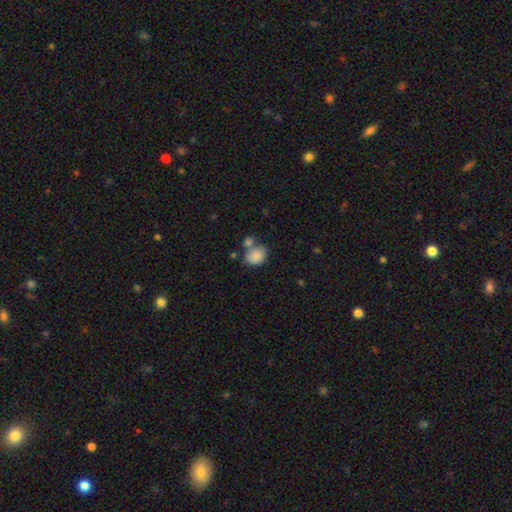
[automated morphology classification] smooth-or-featured: smooth: 84% | star or artifact: 8% | featured or disk: 8%
  how-rounded: round: 55% | in between: 44% | cigar-shaped: 1%
  merging: none: 47% | merger: 32% | minor disturbance: 15% | major disturbance: 6%